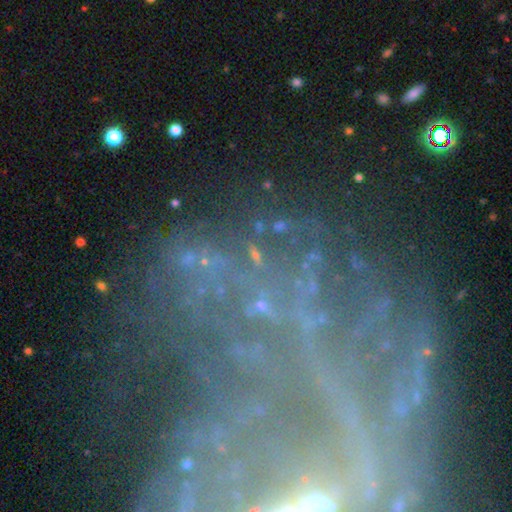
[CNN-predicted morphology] A featured or disk galaxy (47%). Merging: none (65%).